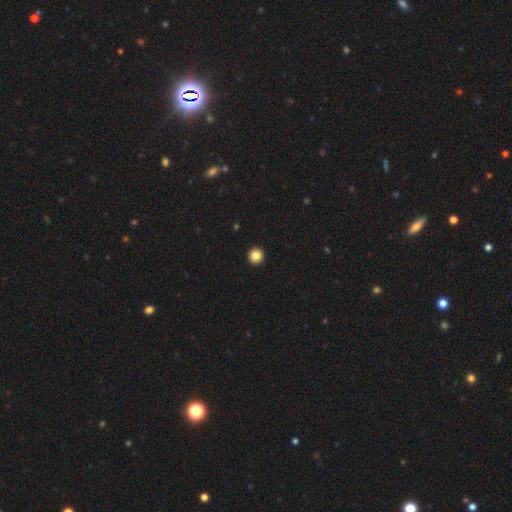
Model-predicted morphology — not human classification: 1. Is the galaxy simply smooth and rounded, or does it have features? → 85% smooth, 10% star or artifact, 5% featured or disk.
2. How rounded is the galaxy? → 96% round, 3% in between, 1% cigar-shaped.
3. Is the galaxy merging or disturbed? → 94% none, 3% minor disturbance, 1% major disturbance, 1% merger.